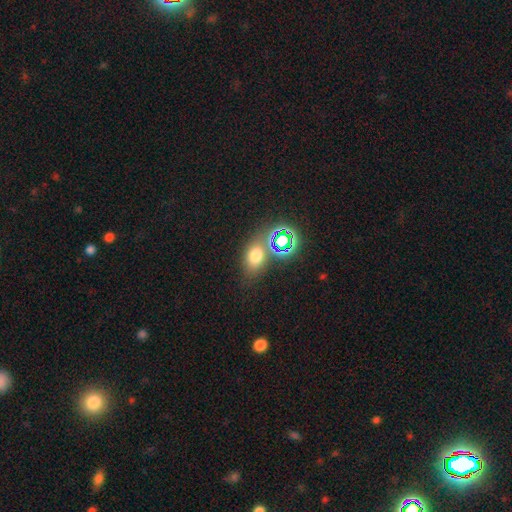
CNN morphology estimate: Q: Smooth or featured?
A: smooth (62%); runner-up: star or artifact (26%)
Q: How rounded?
A: in between (69%); runner-up: round (29%)
Q: Merging?
A: none (66%); runner-up: merger (16%)